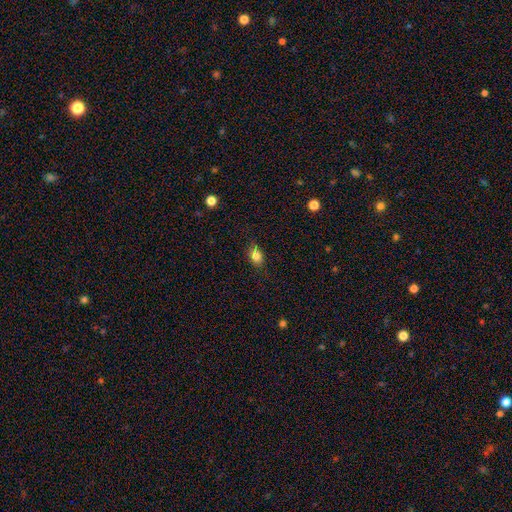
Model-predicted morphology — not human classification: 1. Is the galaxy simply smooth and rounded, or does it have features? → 82% smooth, 11% star or artifact, 7% featured or disk.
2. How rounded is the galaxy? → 67% in between, 31% round, 3% cigar-shaped.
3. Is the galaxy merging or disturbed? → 69% none, 23% minor disturbance, 5% major disturbance, 2% merger.